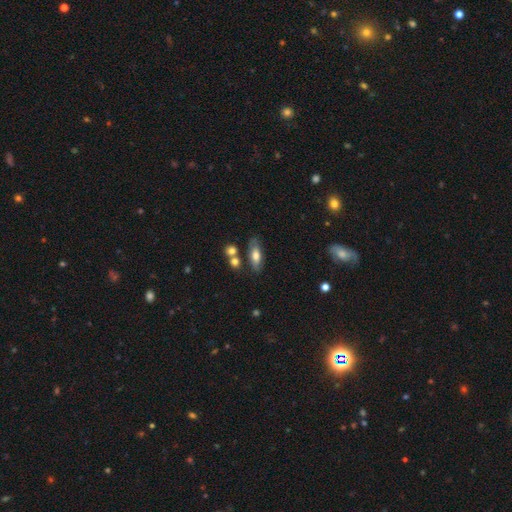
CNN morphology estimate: A smooth galaxy with no disk features (64%) that is in between round and cigar-shaped (74%).

Vote fractions:
- Smooth or featured? smooth: 64% / featured or disk: 29% / star or artifact: 7%
- How rounded? in between: 74% / cigar-shaped: 22% / round: 4%
- Merging? none: 68% / minor disturbance: 16% / merger: 11% / major disturbance: 5%